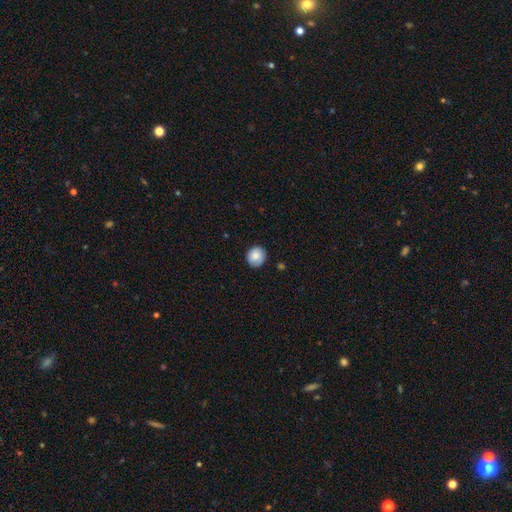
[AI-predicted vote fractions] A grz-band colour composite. It shows a smooth galaxy with no disk features (85%) that is round (86%). Merging: none (87%).